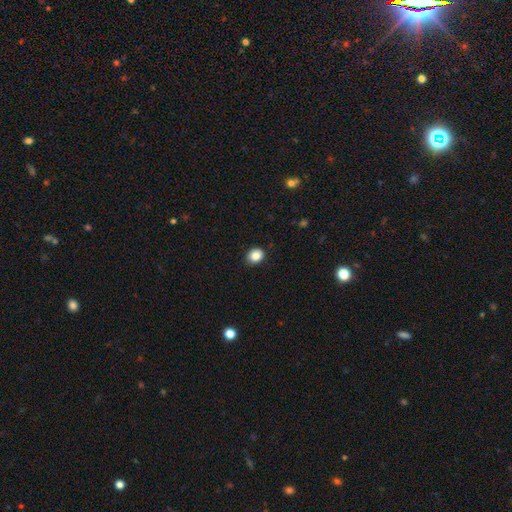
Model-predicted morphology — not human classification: This is clearly a smooth galaxy (86%). How rounded: possibly round (58%). Merging: clearly none (87%).